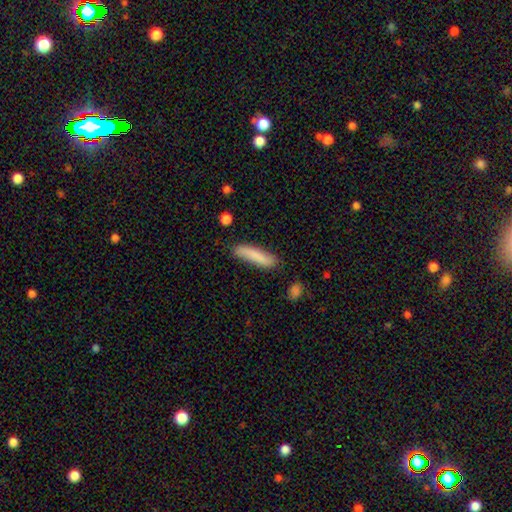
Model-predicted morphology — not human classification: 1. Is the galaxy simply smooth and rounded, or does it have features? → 81% smooth, 13% featured or disk, 6% star or artifact.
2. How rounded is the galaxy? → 83% cigar-shaped, 15% in between, 1% round.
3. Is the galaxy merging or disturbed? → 79% none, 15% minor disturbance, 3% major disturbance, 3% merger.